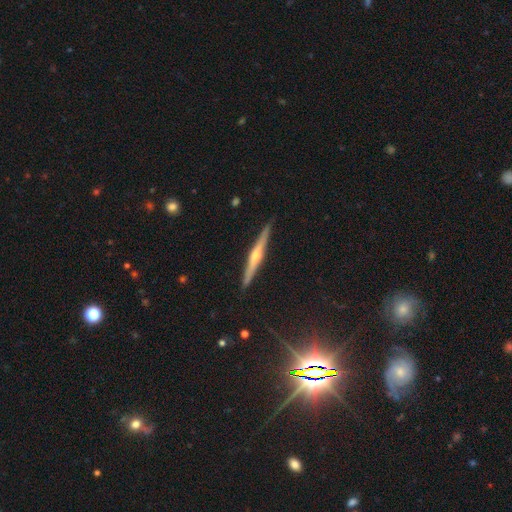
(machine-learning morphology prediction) This is likely a featured or disk galaxy (77%). It is clearly viewed edge-on (98%). Edge-on bulge: clearly rounded (86%). Merging: clearly none (91%).